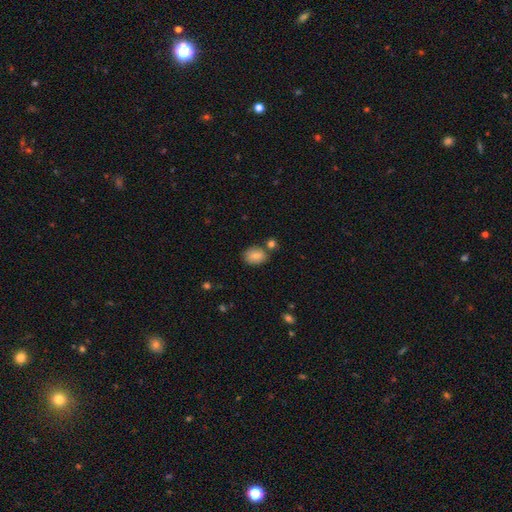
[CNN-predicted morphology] A smooth galaxy with no disk features (83%) that is in between round and cigar-shaped (68%). Merging: none (72%).